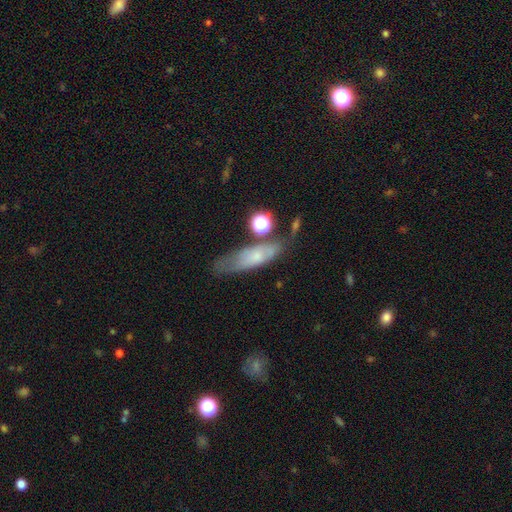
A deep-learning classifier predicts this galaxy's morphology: smooth_or_featured: smooth (p=0.54) [alt: featured or disk p=0.36]
how_rounded: in between (p=0.48) [alt: cigar-shaped p=0.46]
merging: none (p=0.52) [alt: minor disturbance p=0.25]